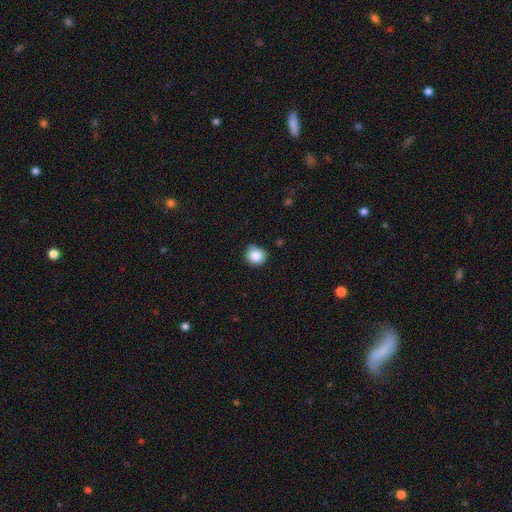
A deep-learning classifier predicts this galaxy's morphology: Smooth or featured? smooth (86%)
How rounded? round (90%)
Merging? none (79%)